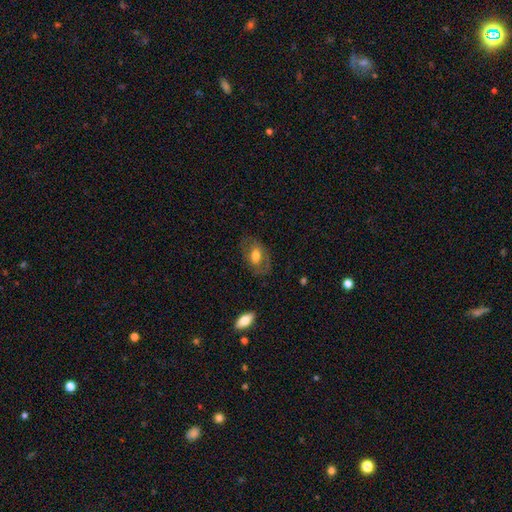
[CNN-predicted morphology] smooth-or-featured: smooth: 54% | featured or disk: 39% | star or artifact: 7%
  how-rounded: in between: 83% | round: 15% | cigar-shaped: 2%
  merging: none: 71% | minor disturbance: 18% | major disturbance: 10% | merger: 1%